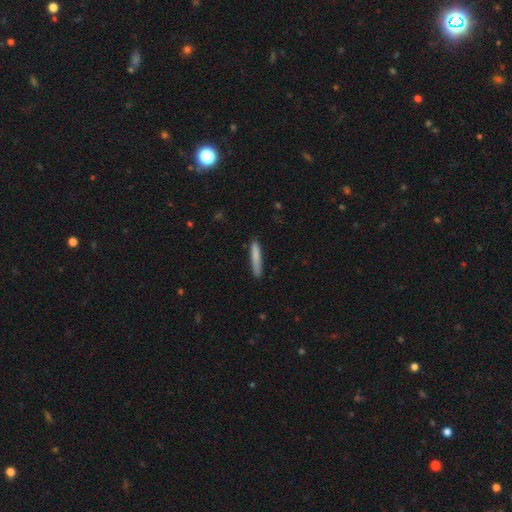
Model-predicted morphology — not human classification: smooth 81%, featured or disk 13%, star or artifact 6%. Down the decision tree: how rounded — cigar-shaped (92%); merging — none (82%).